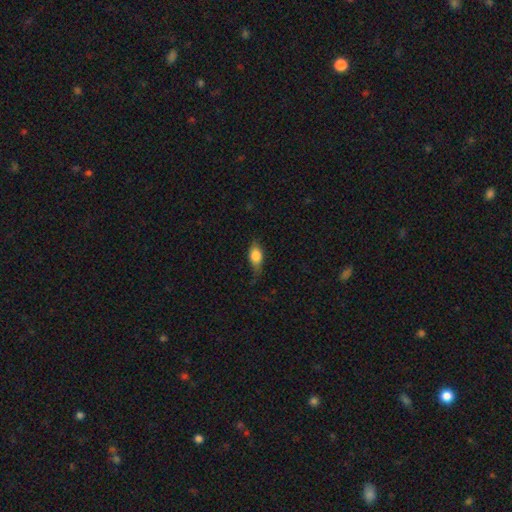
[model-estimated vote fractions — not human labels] Overall: smooth (75%). How rounded: in between (79%). Merging: none (59%; minor disturbance 31%).